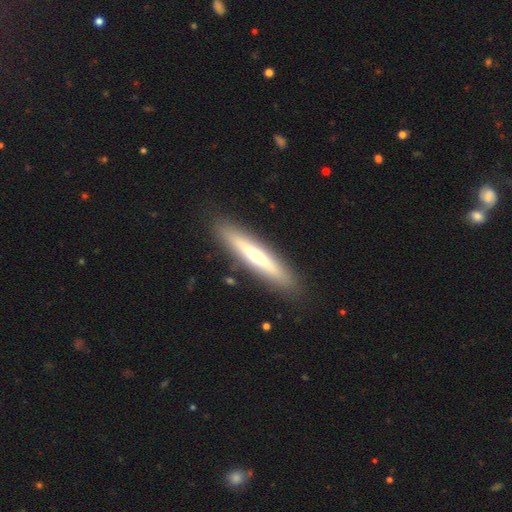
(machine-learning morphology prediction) A featured or disk galaxy (48%). Merging: none (89%).